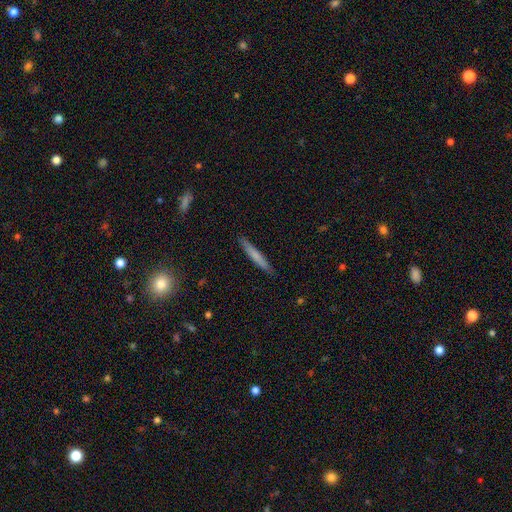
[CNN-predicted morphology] This appears to be a smooth galaxy with no disk features (67%) that is cigar-shaped (96%). Merging: none (90%).